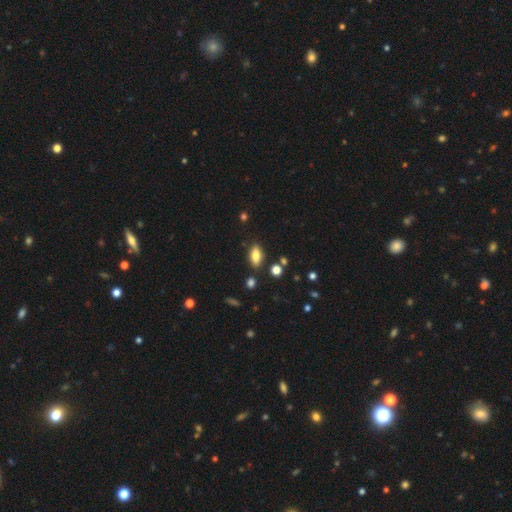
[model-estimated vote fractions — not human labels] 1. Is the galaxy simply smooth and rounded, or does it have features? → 79% smooth, 12% featured or disk, 9% star or artifact.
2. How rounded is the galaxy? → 83% in between, 13% cigar-shaped, 4% round.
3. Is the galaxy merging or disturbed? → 83% none, 11% minor disturbance, 3% merger, 2% major disturbance.